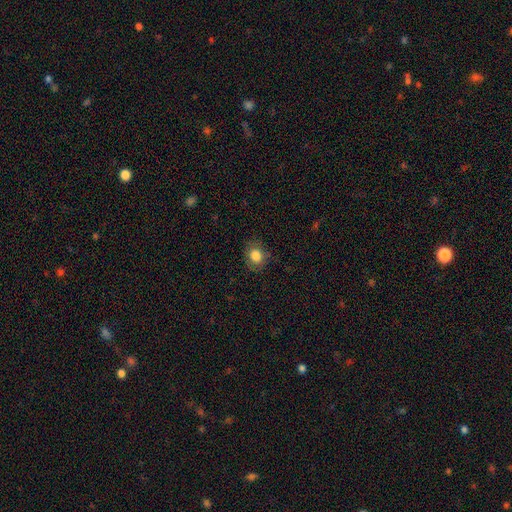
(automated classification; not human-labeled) A smooth galaxy with no disk features (81%) that is round (59%). Merging: none (78%).